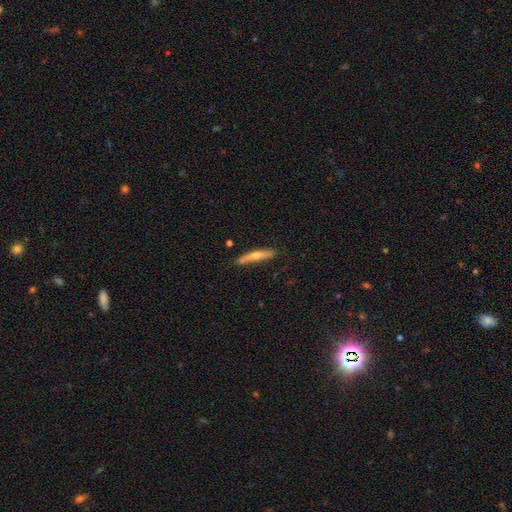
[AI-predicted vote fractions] Smooth or featured? Predicted: smooth (p=0.60). How rounded? Predicted: cigar-shaped (p=0.92). Merging? Predicted: none (p=0.80).